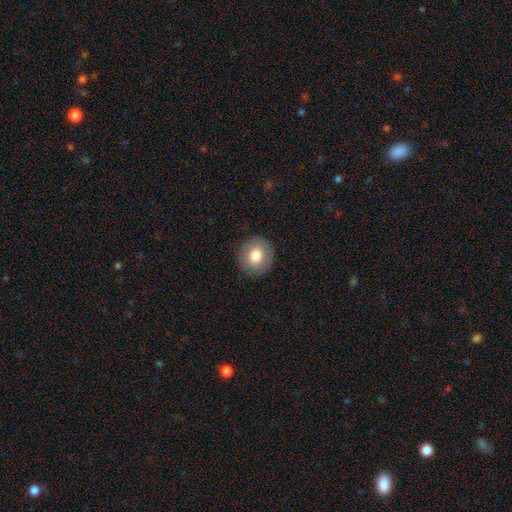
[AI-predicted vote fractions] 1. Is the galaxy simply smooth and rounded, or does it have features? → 76% smooth, 16% featured or disk, 8% star or artifact.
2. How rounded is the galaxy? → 84% round, 15% in between, 1% cigar-shaped.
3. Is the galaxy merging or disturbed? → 89% none, 8% minor disturbance, 3% major disturbance, 1% merger.